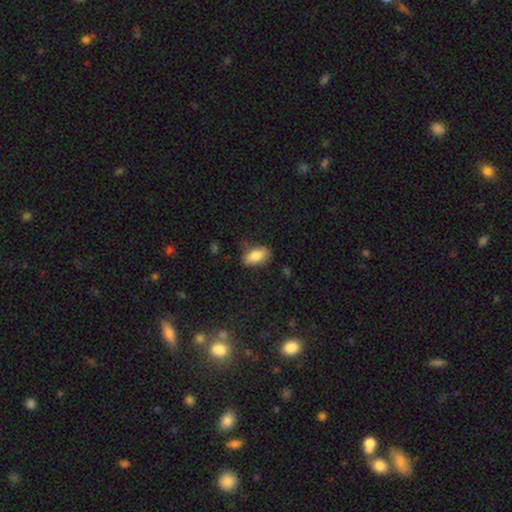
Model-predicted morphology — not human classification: This appears to be a smooth galaxy with no disk features (82%) that is in between round and cigar-shaped (89%). Merging: none (75%).